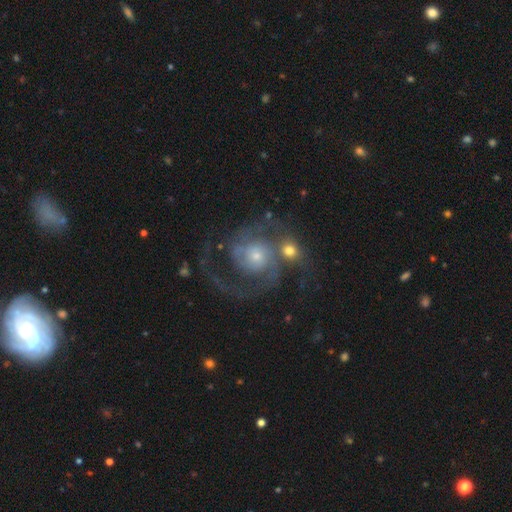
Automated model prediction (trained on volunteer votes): A featured or disk galaxy (81%) with no bar (73%), 2 (60%) medium (44%) spiral arms (93%) and a small central bulge (58%).

Vote fractions:
- Smooth or featured? featured or disk: 81% / smooth: 12% / star or artifact: 7%
- Edge-on disk? no: 98% / yes: 2%
- Bar? no: 73% / weak: 22% / strong: 4%
- Spiral arms? yes: 93% / no: 7%
- Spiral winding? medium: 44% / tight: 34% / loose: 22%
- Spiral arm count? 2: 60% / can't tell: 13% / 3: 11% / 1: 9% / 4: 4% / more than 4: 3%
- Bulge size? small: 58% / moderate: 32% / large: 5% / none: 3% / dominant: 2%
- Merging? none: 39% / merger: 28% / major disturbance: 19% / minor disturbance: 13%